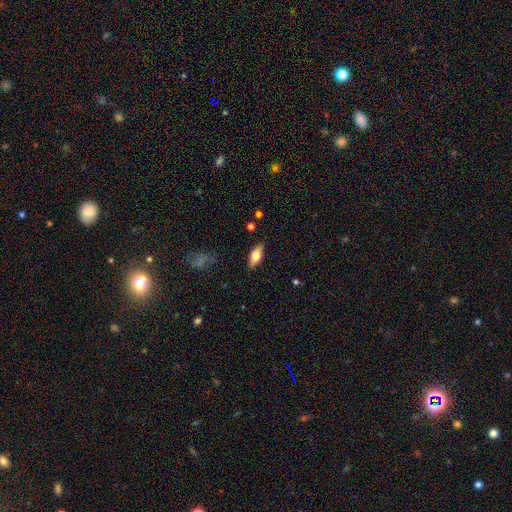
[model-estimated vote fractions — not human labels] Morphology: type=smooth (66%); roundness=in between (80%); merging=none (86%).